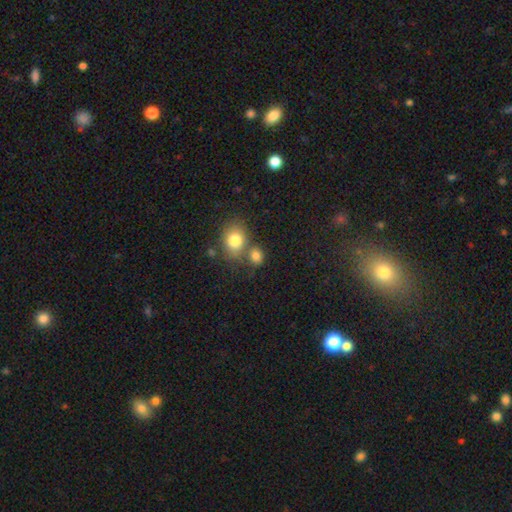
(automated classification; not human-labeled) smooth_or_featured: smooth (p=0.81) [alt: star or artifact p=0.12]
how_rounded: round (p=0.58) [alt: in between p=0.41]
merging: none (p=0.56) [alt: merger p=0.29]